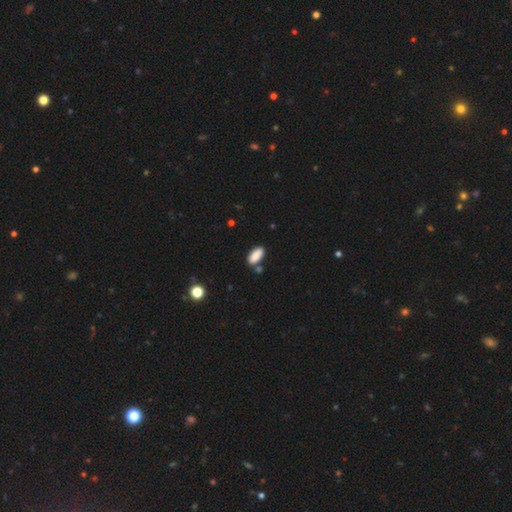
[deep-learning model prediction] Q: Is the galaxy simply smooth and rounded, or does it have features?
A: smooth — 88%.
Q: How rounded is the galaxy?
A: in between — 89%.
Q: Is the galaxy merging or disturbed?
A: none — 75%.